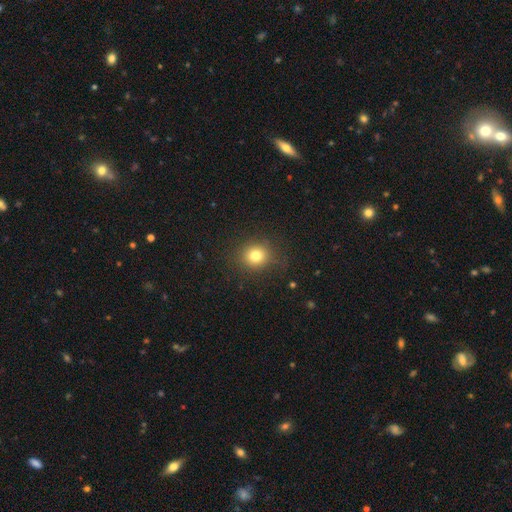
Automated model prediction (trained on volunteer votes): A smooth galaxy with no disk features (79%) that is round (83%).

Vote fractions:
- Smooth or featured? smooth: 79% / star or artifact: 13% / featured or disk: 8%
- How rounded? round: 83% / in between: 16% / cigar-shaped: 1%
- Merging? none: 85% / minor disturbance: 10% / major disturbance: 4% / merger: 1%